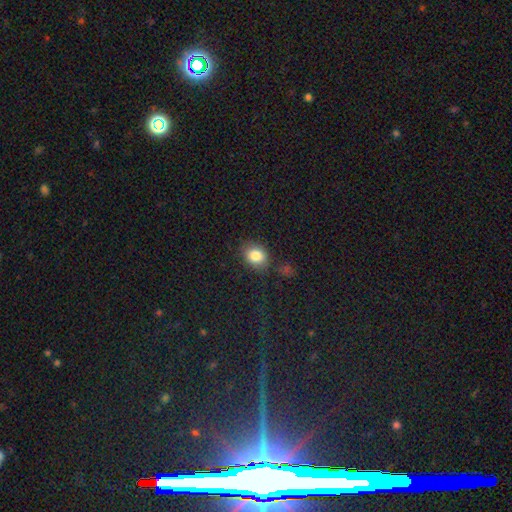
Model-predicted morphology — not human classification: This is clearly a smooth galaxy (84%). How rounded: possibly in between (50%). Merging: likely none (74%).